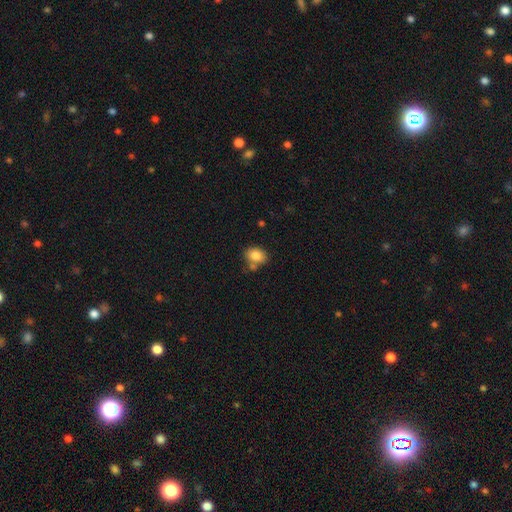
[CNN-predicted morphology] Smooth or featured? Predicted: smooth (p=0.83). How rounded? Predicted: in between (p=0.66). Merging? Predicted: none (p=0.64).